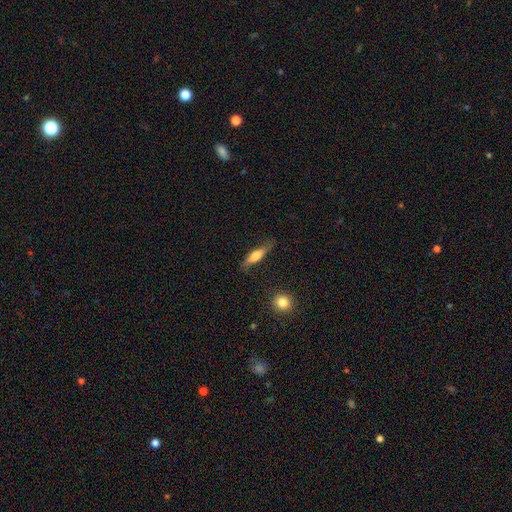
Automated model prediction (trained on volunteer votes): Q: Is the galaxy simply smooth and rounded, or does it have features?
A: smooth — 57%.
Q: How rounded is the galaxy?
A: cigar-shaped — 66%.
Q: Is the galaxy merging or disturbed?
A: none — 75%.